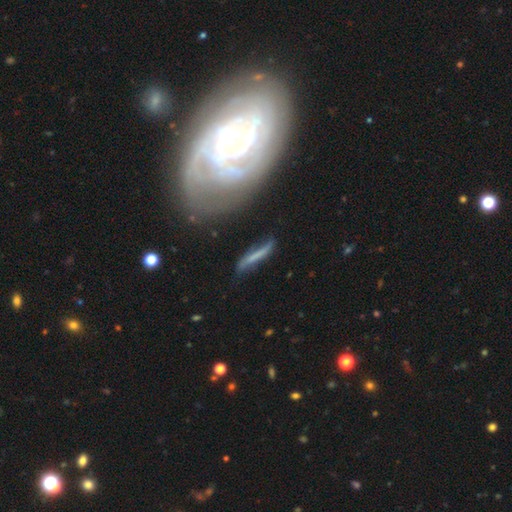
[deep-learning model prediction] smooth 48%, featured or disk 42%, star or artifact 9%. Down the decision tree: merging — none (64%).